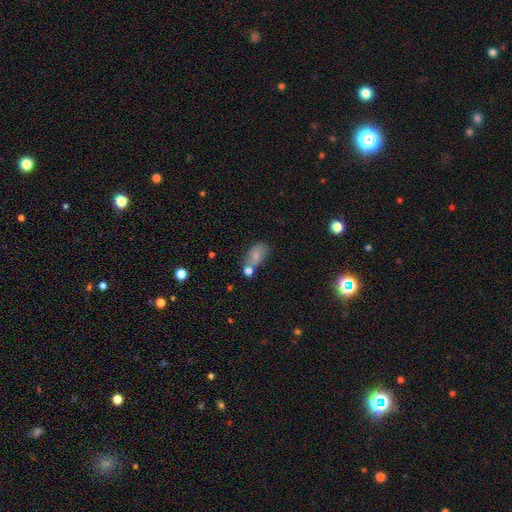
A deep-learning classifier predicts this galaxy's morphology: Overall: smooth (72%). How rounded: in between (87%). Merging: none (46%; merger 31%).